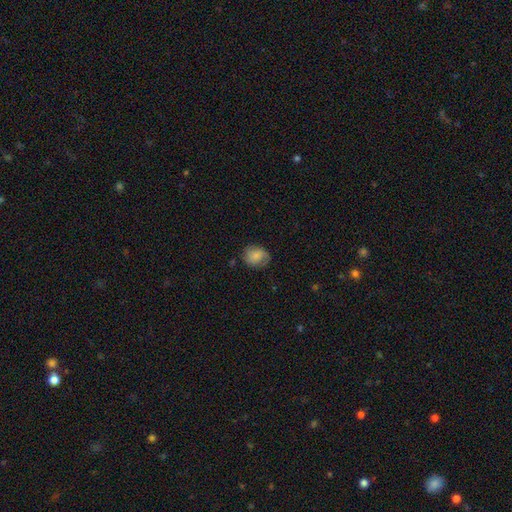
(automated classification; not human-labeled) A smooth galaxy with no disk features (73%) that is round (56%). Merging: none (66%).